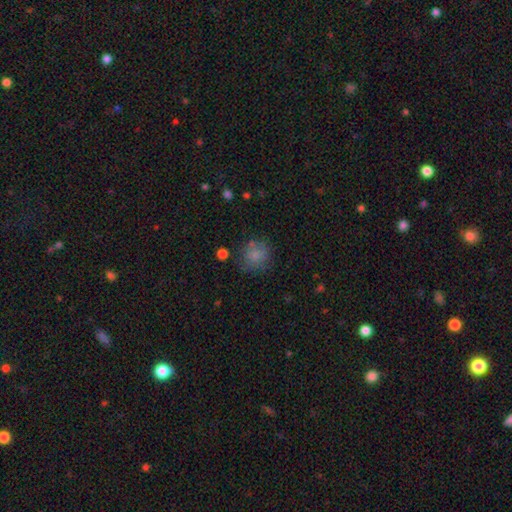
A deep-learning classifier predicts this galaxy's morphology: This is likely a smooth galaxy (77%). How rounded: clearly round (83%). Merging: likely none (68%).